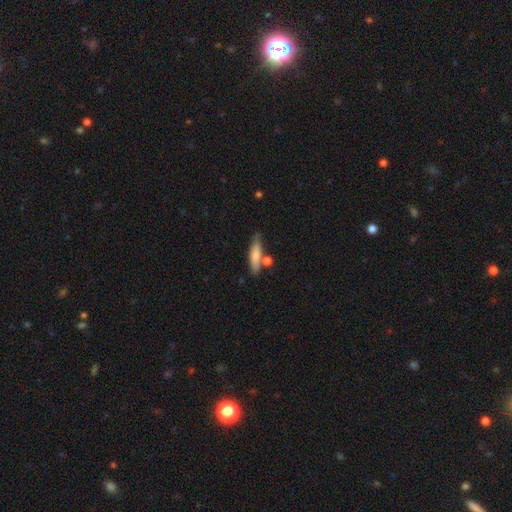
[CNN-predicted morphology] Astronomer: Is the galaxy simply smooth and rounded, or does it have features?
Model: smooth — 73%.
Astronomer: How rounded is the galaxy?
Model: cigar-shaped — 73%.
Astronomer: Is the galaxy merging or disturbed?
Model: none — 68%.